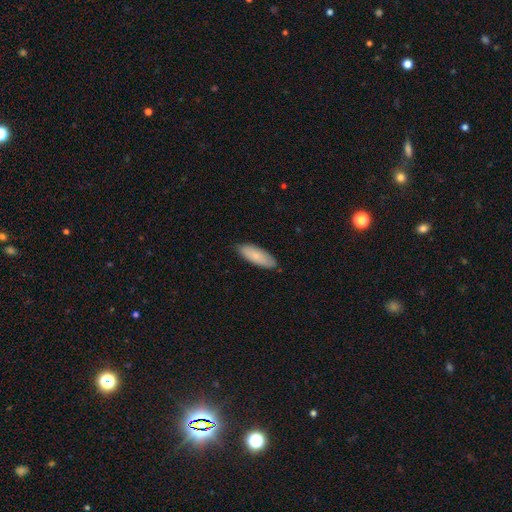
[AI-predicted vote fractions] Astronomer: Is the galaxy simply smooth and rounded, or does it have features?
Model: smooth — 80%.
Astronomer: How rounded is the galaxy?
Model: in between — 68%.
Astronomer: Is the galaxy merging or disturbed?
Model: none — 85%.